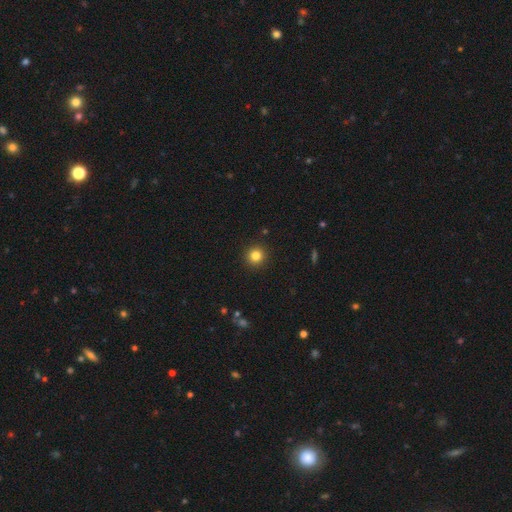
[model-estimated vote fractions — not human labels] The model was most divided on "smooth or featured": smooth: 83%, star or artifact: 12%, featured or disk: 5%. More confident: how rounded — round (95%); merging — none (93%).